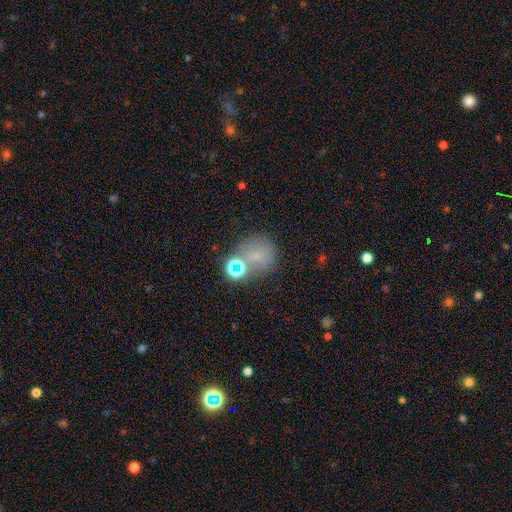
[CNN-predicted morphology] This is possibly a smooth galaxy (57%). How rounded: likely round (77%). Merging: possibly none (56%).